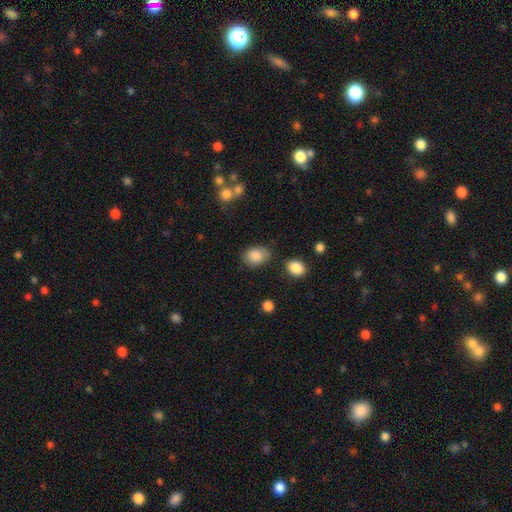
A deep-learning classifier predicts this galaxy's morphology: Overall: smooth (85%). How rounded: in between (73%). Merging: none (69%).